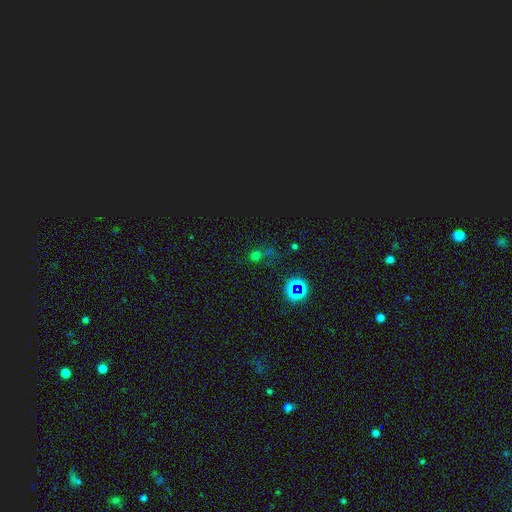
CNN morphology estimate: Q: Smooth or featured?
A: star or artifact (51%); runner-up: smooth (41%)